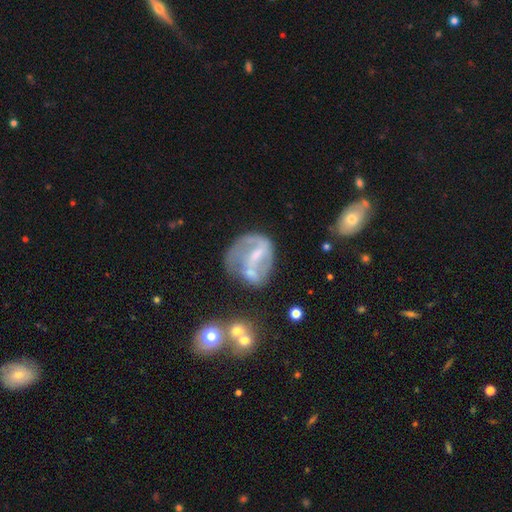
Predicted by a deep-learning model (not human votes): Smooth or featured? featured or disk (65%)
Edge-on disk? no (97%)
Bar? weak (41%)
Spiral arms? no (51%)
Bulge size? small (39%)
Merging? none (37%)